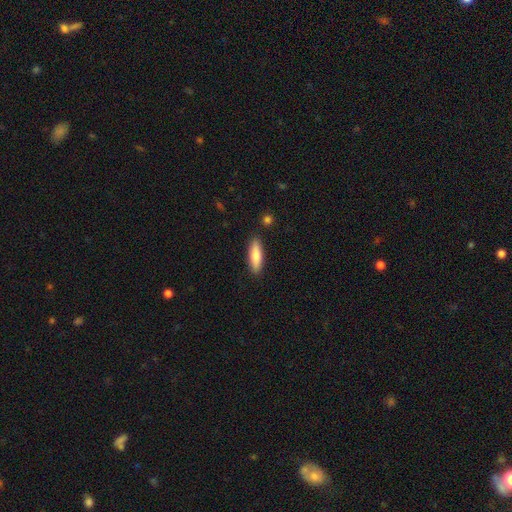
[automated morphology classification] This appears to be a smooth galaxy with no disk features (80%) that is cigar-shaped (56%). Merging: none (87%).